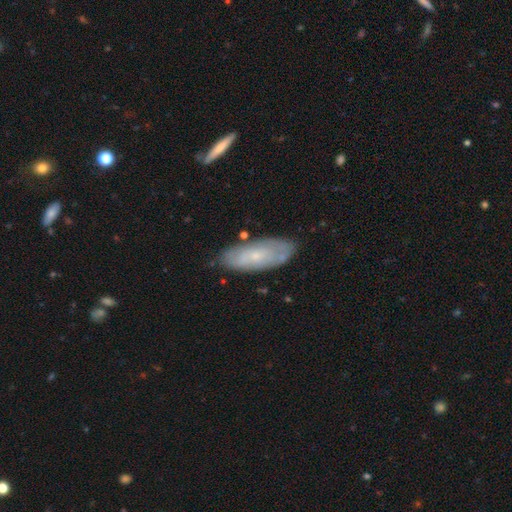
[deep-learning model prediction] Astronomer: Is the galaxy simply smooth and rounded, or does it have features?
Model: smooth — 47% (runner-up: featured or disk, 46%).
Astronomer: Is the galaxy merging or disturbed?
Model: none — 75%.